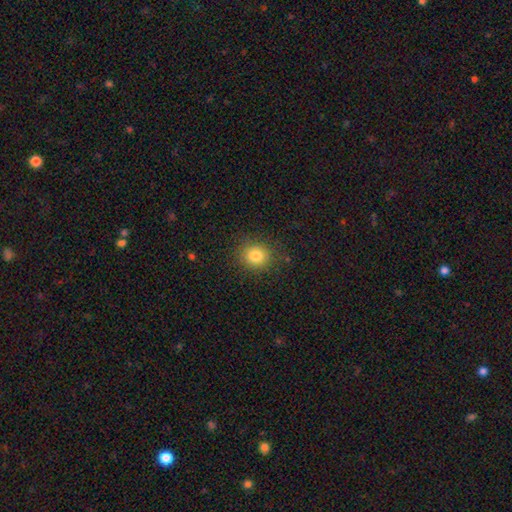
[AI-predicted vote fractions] Q: Smooth or featured?
A: smooth (81%); runner-up: star or artifact (12%)
Q: How rounded?
A: round (84%); runner-up: in between (15%)
Q: Merging?
A: none (87%); runner-up: minor disturbance (9%)